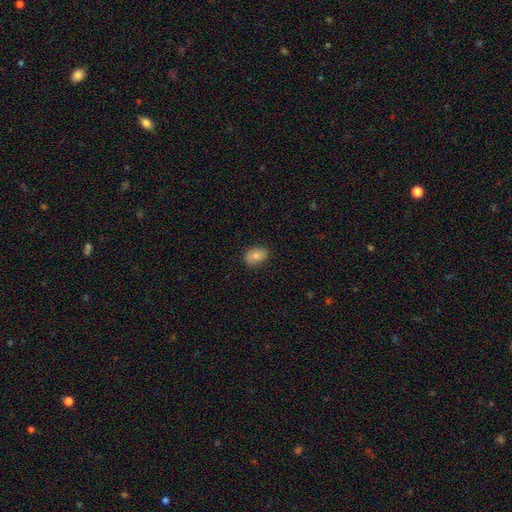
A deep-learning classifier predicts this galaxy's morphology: Smooth or featured? Predicted: smooth (p=0.77). How rounded? Predicted: in between (p=0.80). Merging? Predicted: none (p=0.79).